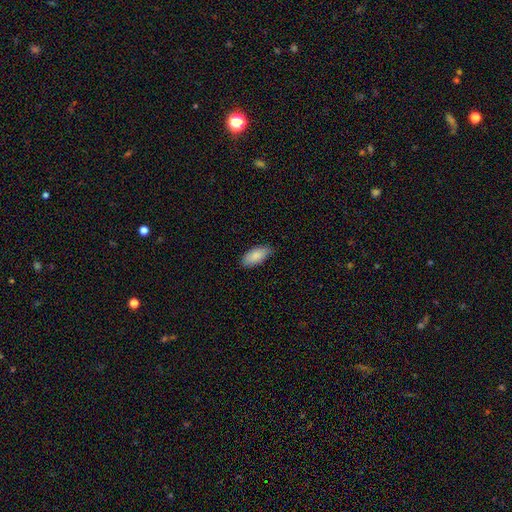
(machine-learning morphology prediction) This is clearly a smooth galaxy (88%). How rounded: clearly in between (90%). Merging: clearly none (83%).